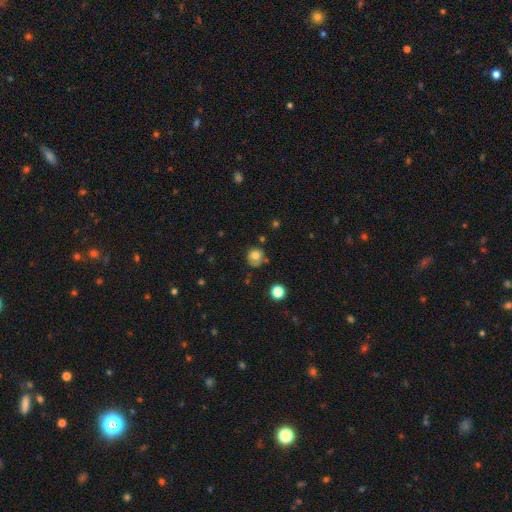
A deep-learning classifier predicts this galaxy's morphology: A smooth galaxy with no disk features (75%) that is round (80%).

Vote fractions:
- Smooth or featured? smooth: 75% / featured or disk: 13% / star or artifact: 12%
- How rounded? round: 80% / in between: 19% / cigar-shaped: 1%
- Merging? none: 60% / minor disturbance: 25% / major disturbance: 9% / merger: 6%